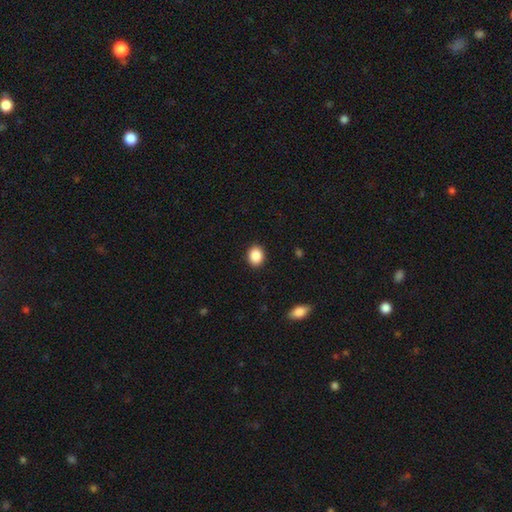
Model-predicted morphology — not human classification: Smooth or featured? Predicted: smooth (p=0.89). How rounded? Predicted: round (p=0.56). Merging? Predicted: none (p=0.91).